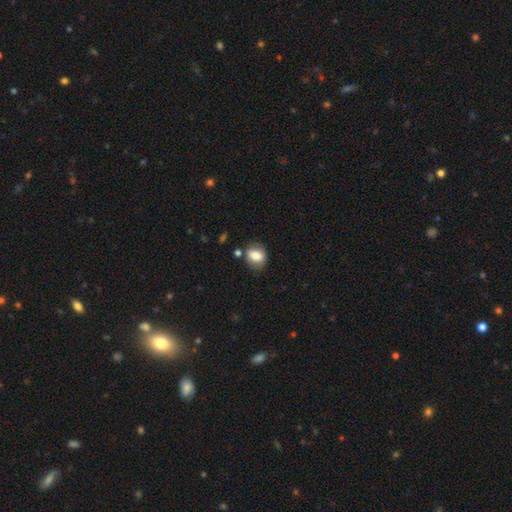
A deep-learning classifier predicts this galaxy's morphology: Overall: smooth (77%). How rounded: in between (57%; round 41%). Merging: none (71%).